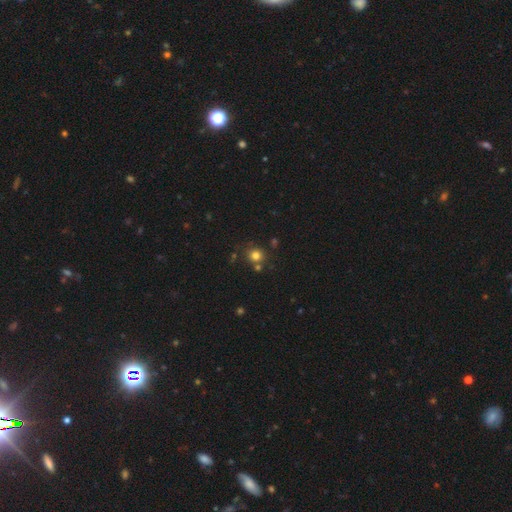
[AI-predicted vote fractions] This appears to be a smooth galaxy with no disk features (78%) that is round (87%). Merging: none (76%).